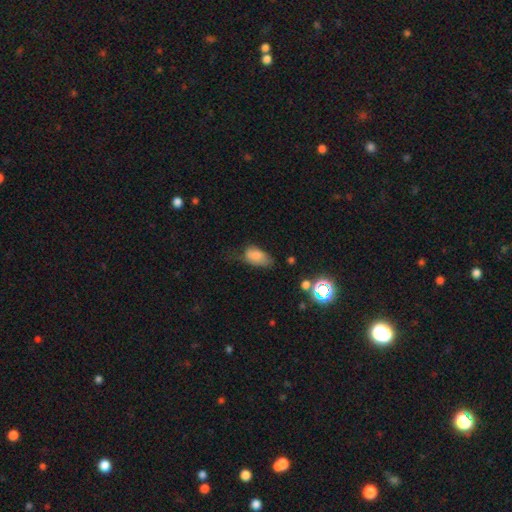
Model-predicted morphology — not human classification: type=smooth (76%); roundness=in between (90%); merging=none (42%).